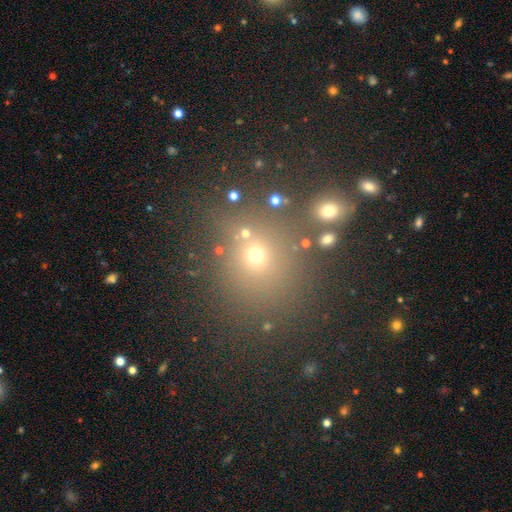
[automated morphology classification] Smooth or featured? smooth (53%)
How rounded? round (84%)
Merging? none (75%)